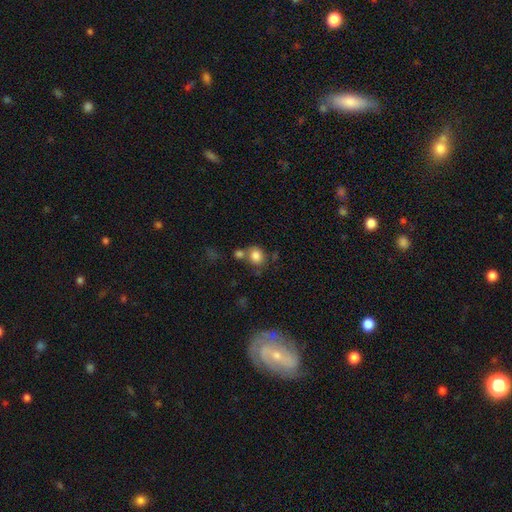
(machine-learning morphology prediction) smooth 83%, star or artifact 10%, featured or disk 8%. Down the decision tree: how rounded — round (73%); merging — none (55%).